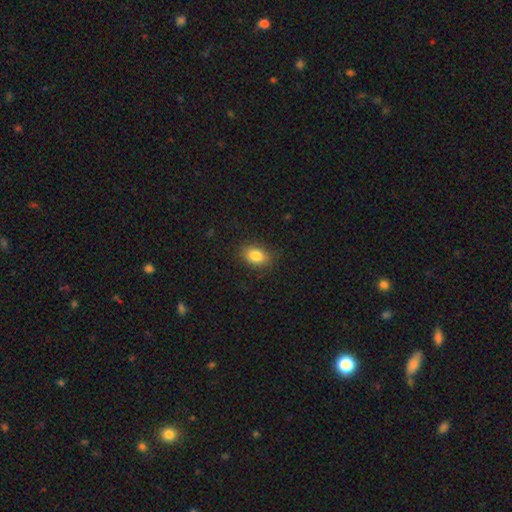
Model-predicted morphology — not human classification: smooth_or_featured: smooth (p=0.85) [alt: star or artifact p=0.09]
how_rounded: in between (p=0.80) [alt: round p=0.19]
merging: none (p=0.85) [alt: minor disturbance p=0.11]